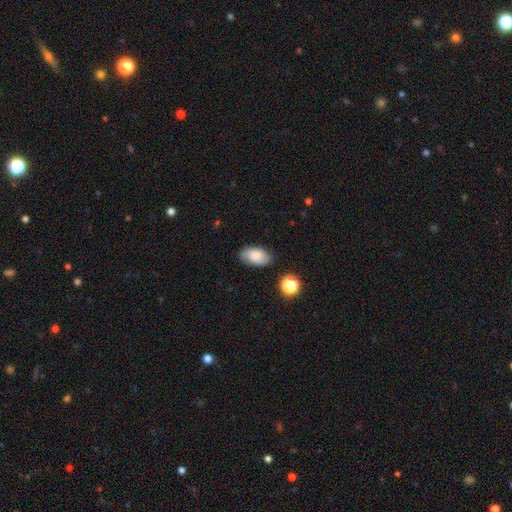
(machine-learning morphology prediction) Smooth or featured? smooth (76%)
How rounded? in between (93%)
Merging? none (79%)